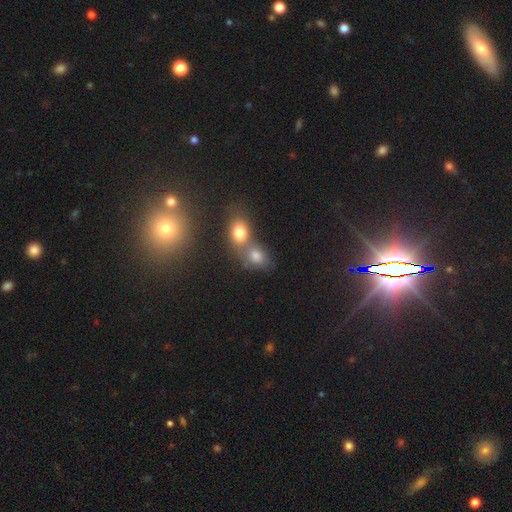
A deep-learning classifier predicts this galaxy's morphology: Overall: smooth (73%). How rounded: in between (58%; round 40%). Merging: merger (56%; none 30%).